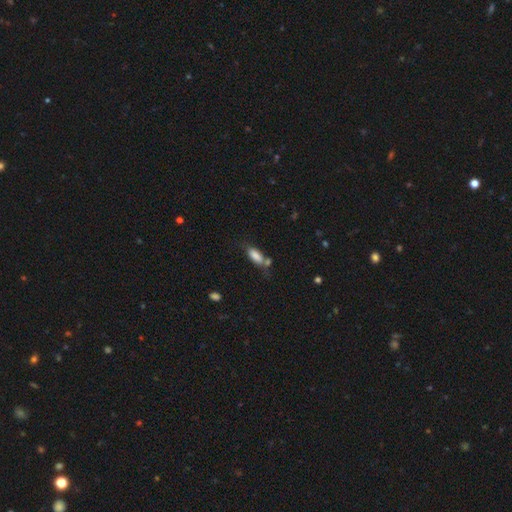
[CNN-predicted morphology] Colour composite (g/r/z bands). It shows a smooth galaxy with no disk features (81%) that is in between round and cigar-shaped (80%). Merging: none (49%).